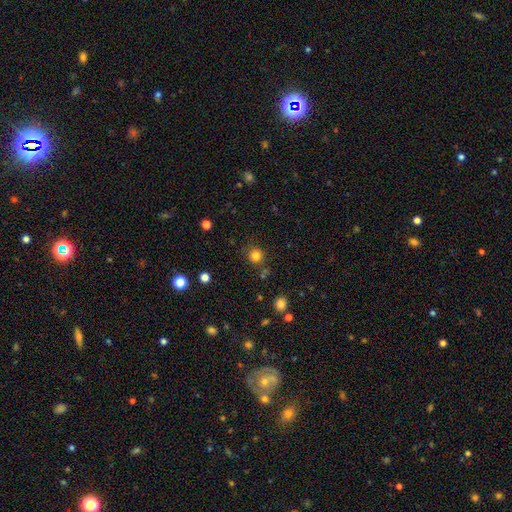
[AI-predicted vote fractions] smooth-or-featured: smooth: 81% | star or artifact: 14% | featured or disk: 5%
  how-rounded: round: 93% | in between: 6% | cigar-shaped: 1%
  merging: none: 83% | minor disturbance: 9% | merger: 5% | major disturbance: 3%